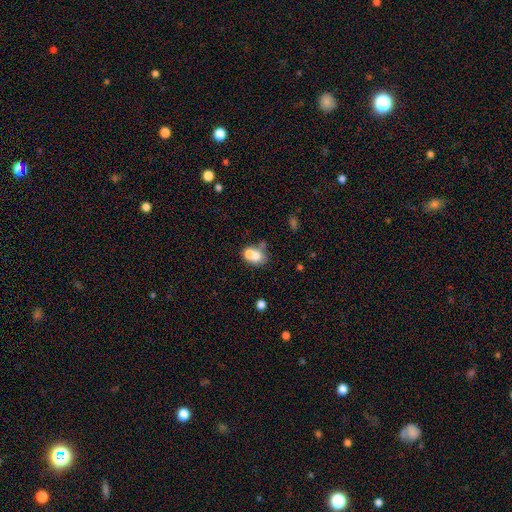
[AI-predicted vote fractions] Smooth or featured?
  - smooth: 67% *
  - featured or disk: 23%
  - star or artifact: 10%
How rounded?
  - in between: 57% *
  - round: 42%
  - cigar-shaped: 1%
Merging?
  - merger: 59% *
  - none: 26%
  - minor disturbance: 9%
  - major disturbance: 6%